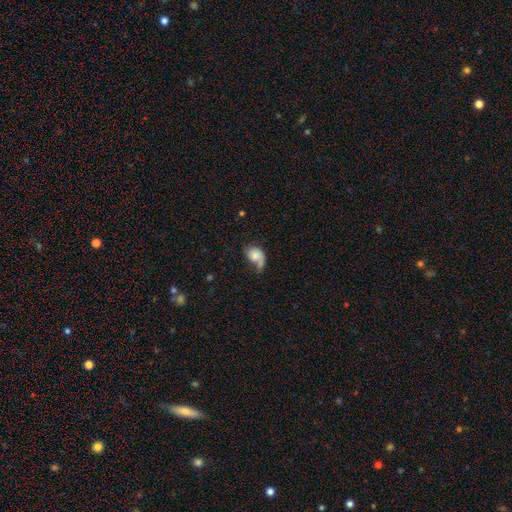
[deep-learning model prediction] smooth 62%, featured or disk 29%, star or artifact 9%. Down the decision tree: how rounded — in between (72%); merging — major disturbance (30%).